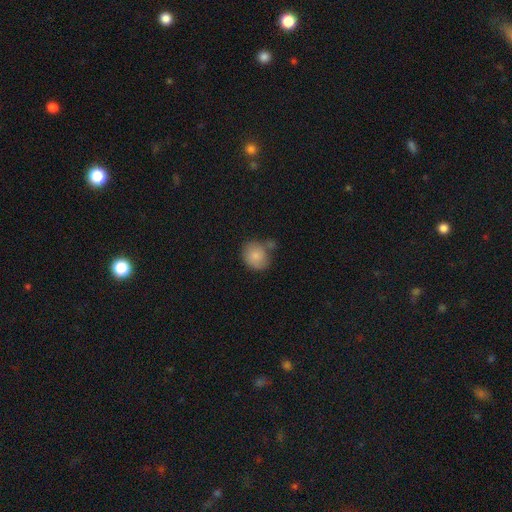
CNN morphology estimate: A smooth galaxy with no disk features (83%) that is round (72%). Merging: none (56%).